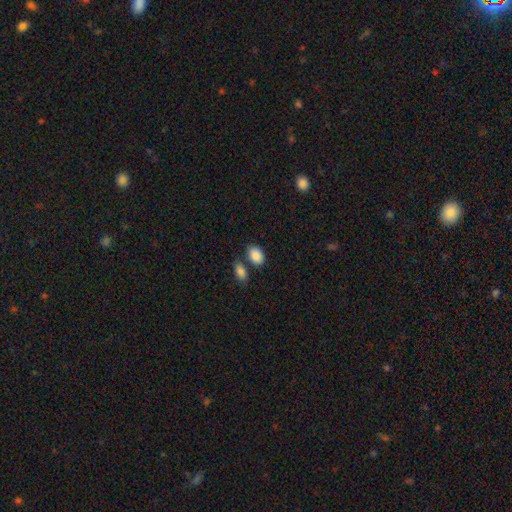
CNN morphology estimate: A smooth galaxy with no disk features (88%) that is in between round and cigar-shaped (83%).

Vote fractions:
- Smooth or featured? smooth: 88% / star or artifact: 8% / featured or disk: 5%
- How rounded? in between: 83% / round: 15% / cigar-shaped: 1%
- Merging? none: 64% / merger: 19% / minor disturbance: 13% / major disturbance: 4%